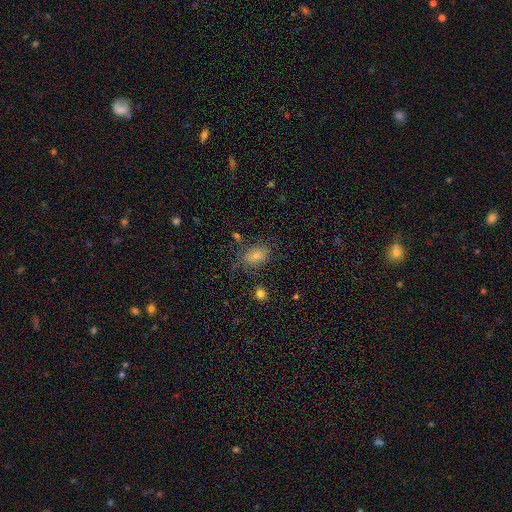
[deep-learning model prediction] The model was most divided on "smooth or featured": smooth: 64%, star or artifact: 21%, featured or disk: 15%. More confident: how rounded — in between (80%); merging — none (70%).